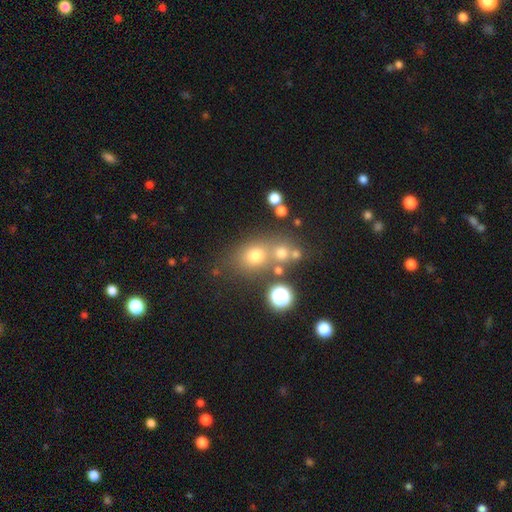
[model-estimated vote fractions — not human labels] Smooth or featured?
  - smooth: 63% *
  - star or artifact: 23%
  - featured or disk: 14%
How rounded?
  - round: 65% *
  - in between: 33%
  - cigar-shaped: 2%
Merging?
  - none: 57% *
  - merger: 26%
  - minor disturbance: 11%
  - major disturbance: 6%